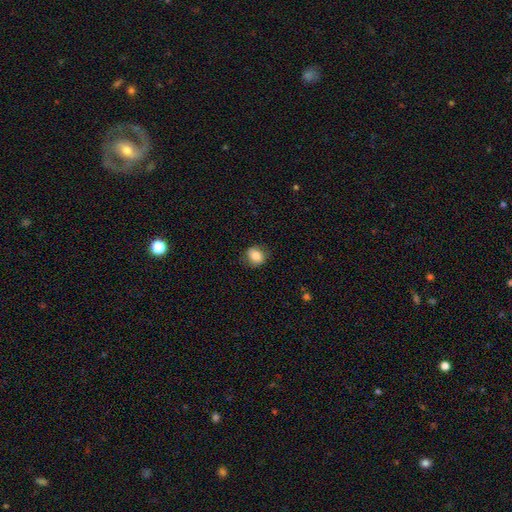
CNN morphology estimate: The model was most divided on "how rounded": round: 68%, in between: 31%, cigar-shaped: 1%. More confident: smooth or featured — smooth (82%); merging — none (80%).